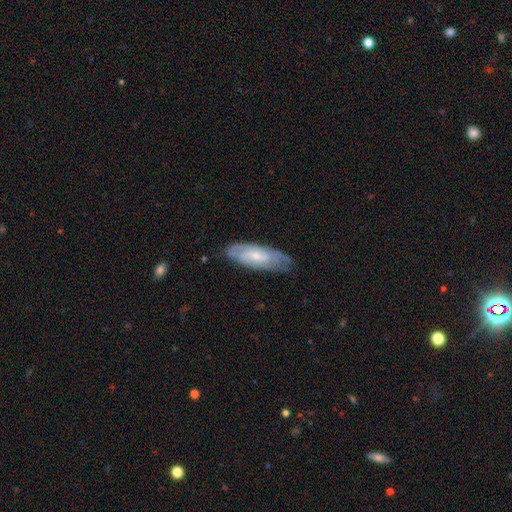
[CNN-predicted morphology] Smooth or featured: featured or disk — 58% (smooth — 36%)
Edge-on disk: no — 82% (yes — 18%)
Merging: none — 73% (minor disturbance — 21%)